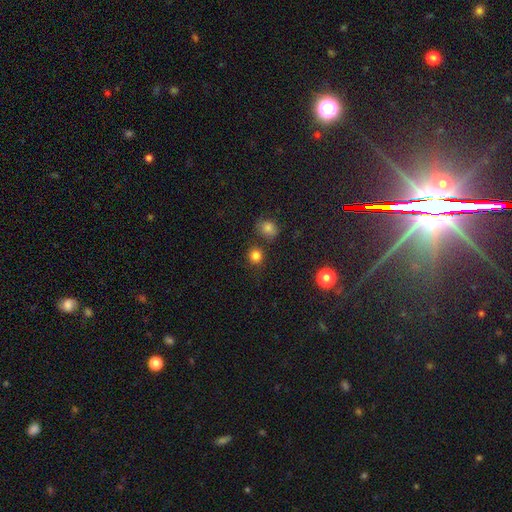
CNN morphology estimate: smooth_or_featured: smooth (p=0.81) [alt: star or artifact p=0.15]
how_rounded: round (p=0.89) [alt: in between p=0.10]
merging: none (p=0.77) [alt: merger p=0.10]